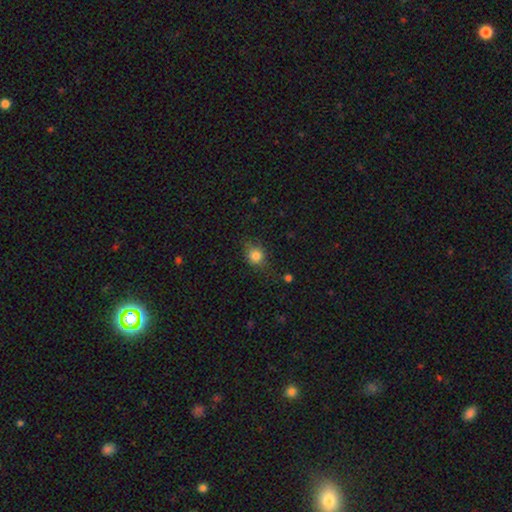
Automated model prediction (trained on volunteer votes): Smooth or featured? smooth (81%)
How rounded? round (70%)
Merging? none (68%)